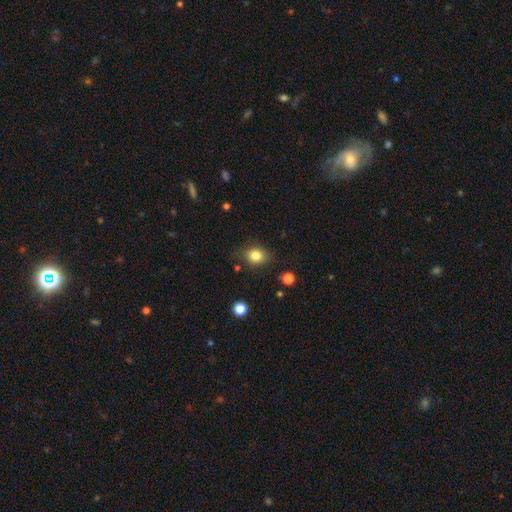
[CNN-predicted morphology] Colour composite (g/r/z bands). It shows a smooth galaxy with no disk features (82%) that is round (56%). Merging: none (80%).